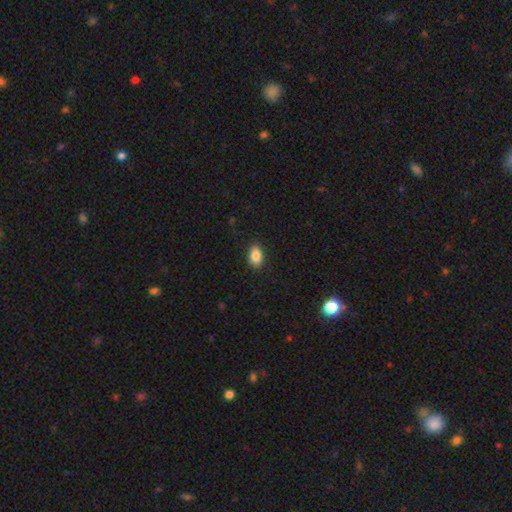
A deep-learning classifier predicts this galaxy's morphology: A smooth galaxy with no disk features (86%) that is in between round and cigar-shaped (88%). Merging: none (87%).